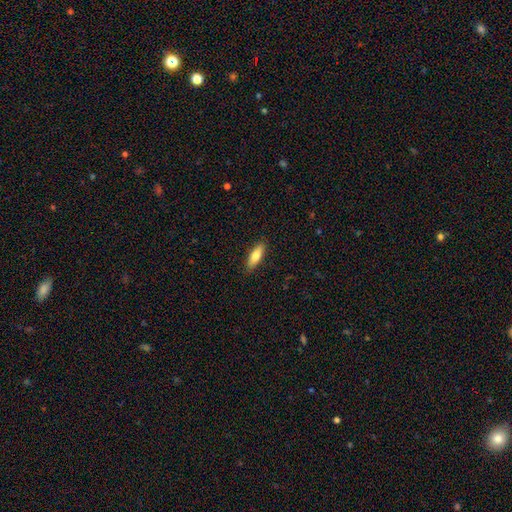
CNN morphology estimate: type=smooth (77%); roundness=in between (55%); merging=none (89%).